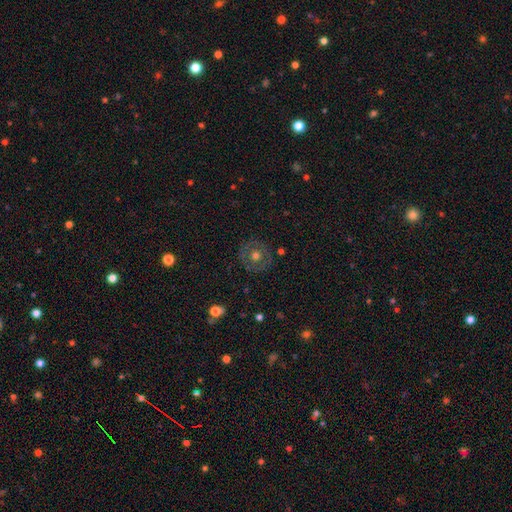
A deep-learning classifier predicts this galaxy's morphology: Smooth or featured?
  - smooth: 47% *
  - featured or disk: 43%
  - star or artifact: 9%
Merging?
  - none: 85% *
  - minor disturbance: 10%
  - major disturbance: 4%
  - merger: 1%